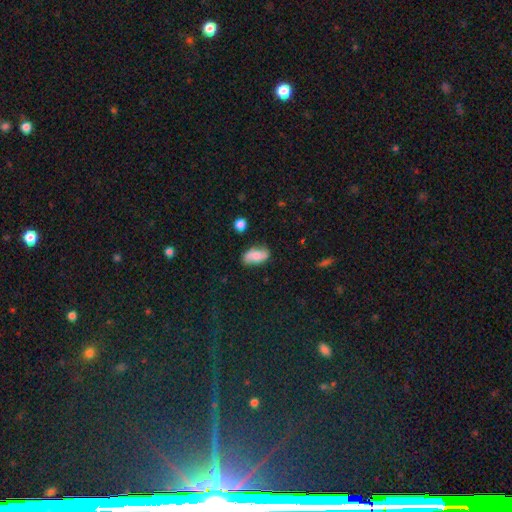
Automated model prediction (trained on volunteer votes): A smooth galaxy with no disk features (59%) that is in between round and cigar-shaped (90%). Merging: none (73%).